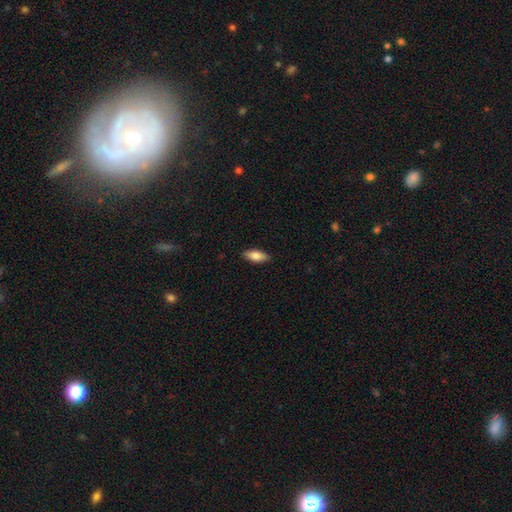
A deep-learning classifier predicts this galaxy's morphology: This appears to be a smooth galaxy with no disk features (84%) that is in between round and cigar-shaped (77%). Merging: none (87%).